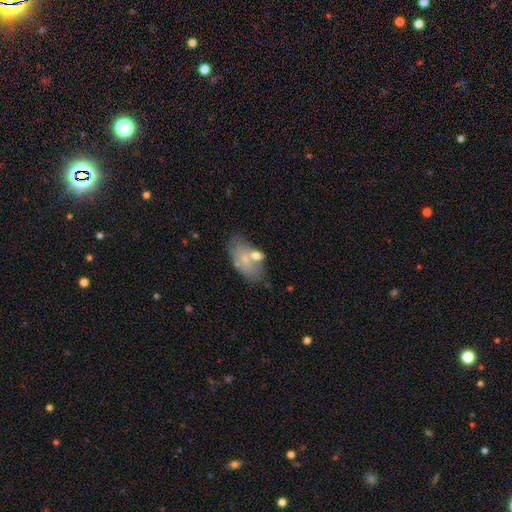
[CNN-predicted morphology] A smooth galaxy with no disk features (61%) that is in between round and cigar-shaped (91%). Merging: none (42%).